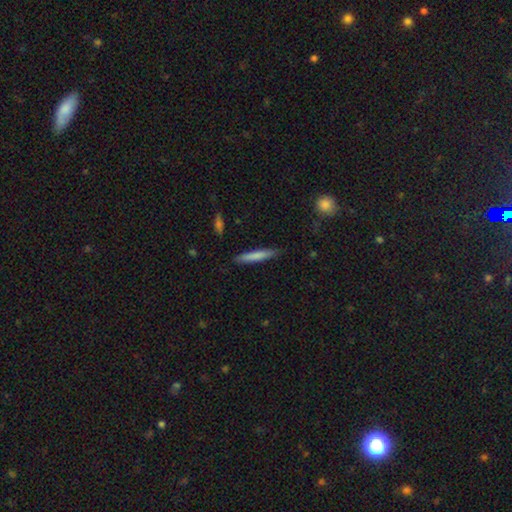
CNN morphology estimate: type=smooth (77%); roundness=cigar-shaped (94%); merging=none (86%).